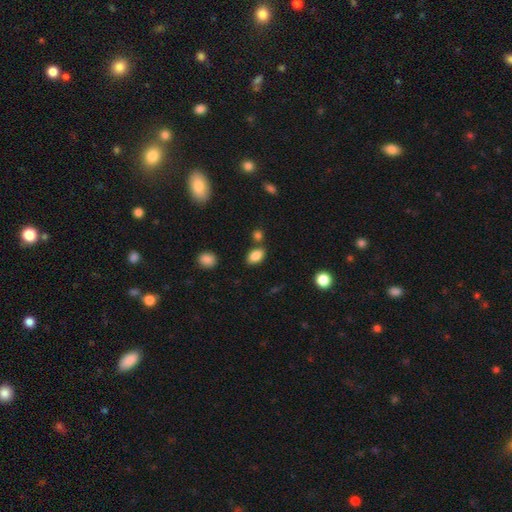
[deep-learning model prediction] The model was most divided on "merging": none: 75%, minor disturbance: 12%, merger: 10%, major disturbance: 3%. More confident: how rounded — in between (89%); smooth or featured — smooth (85%).